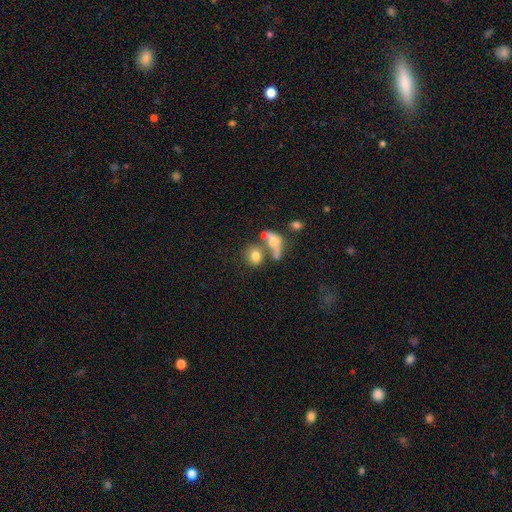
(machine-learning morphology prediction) smooth 72%, featured or disk 17%, star or artifact 11%. Down the decision tree: how rounded — round (59%); merging — none (42%).